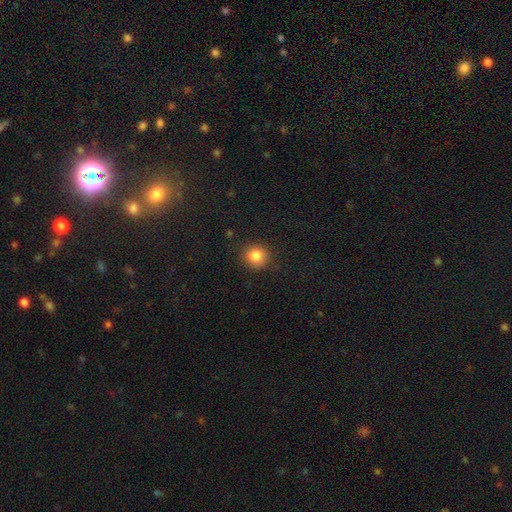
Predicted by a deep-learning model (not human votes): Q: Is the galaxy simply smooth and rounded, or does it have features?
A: smooth — 85%.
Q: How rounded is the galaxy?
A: round — 88%.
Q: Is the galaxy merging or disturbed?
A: none — 86%.